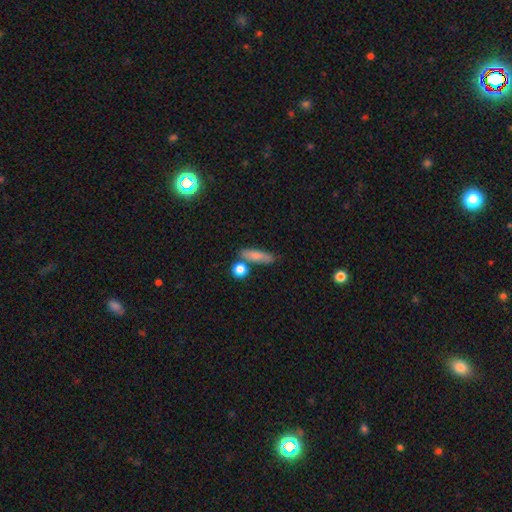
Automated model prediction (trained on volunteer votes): A smooth galaxy with no disk features (78%) that is cigar-shaped (52%). Merging: none (70%).